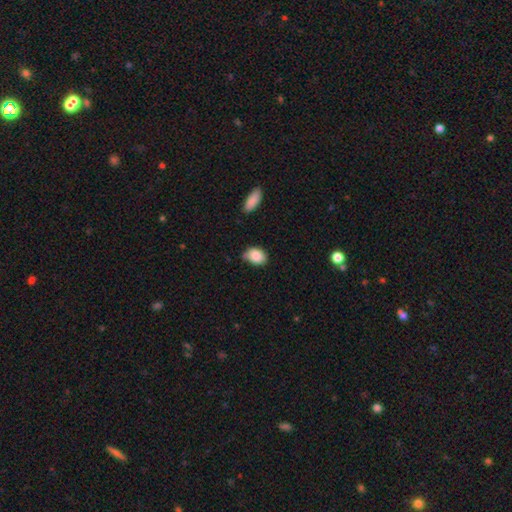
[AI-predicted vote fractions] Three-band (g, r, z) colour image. It shows a smooth galaxy with no disk features (87%) that is in between round and cigar-shaped (76%). Merging: none (56%).